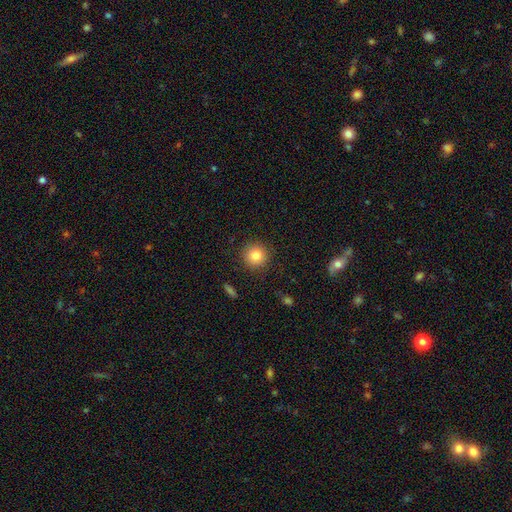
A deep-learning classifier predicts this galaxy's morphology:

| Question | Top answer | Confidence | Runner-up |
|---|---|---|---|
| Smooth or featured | smooth | 82% | star or artifact (10%) |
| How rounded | round | 94% | in between (5%) |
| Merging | none | 89% | minor disturbance (7%) |